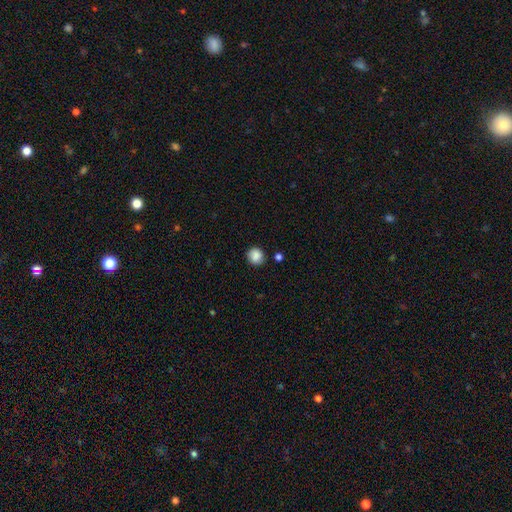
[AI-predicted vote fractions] This appears to be a smooth galaxy with no disk features (87%) that is round (89%). Merging: none (85%).